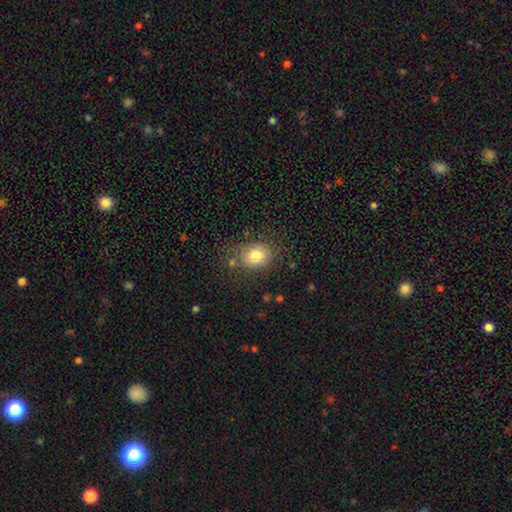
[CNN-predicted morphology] A smooth galaxy with no disk features (80%) that is in between round and cigar-shaped (52%). Merging: none (72%).